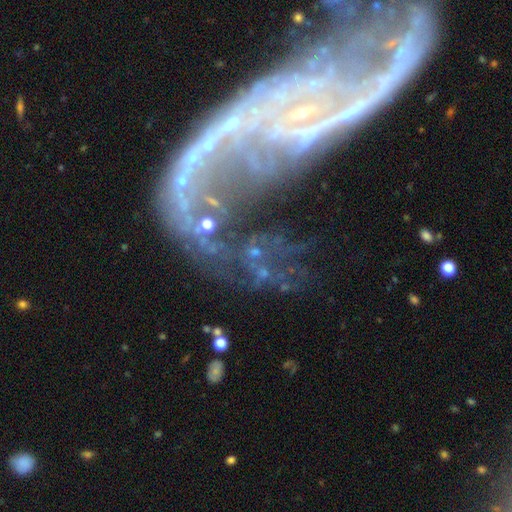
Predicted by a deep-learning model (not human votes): smooth-or-featured: featured or disk: 64% | star or artifact: 23% | smooth: 13%
  disk-edge-on: no: 91% | yes: 9%
    bar: no: 58% | weak: 23% | strong: 19%
    has-spiral-arms: yes: 58% | no: 42%
    bulge-size: small: 41% | none: 36% | moderate: 16% | large: 4% | dominant: 3%
  merging: major disturbance: 37% | none: 33% | merger: 16% | minor disturbance: 15%